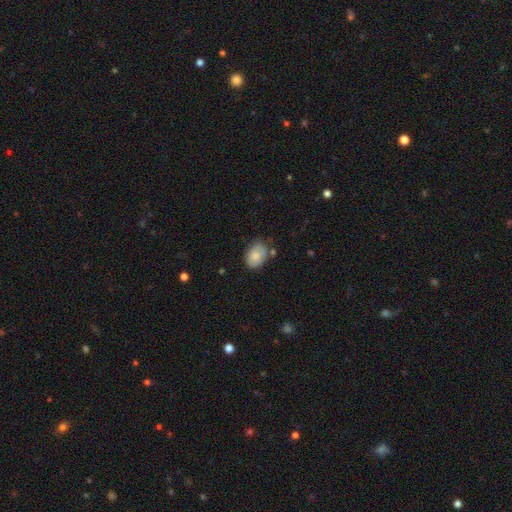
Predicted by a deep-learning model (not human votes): A smooth galaxy with no disk features (80%) that is in between round and cigar-shaped (77%).

Vote fractions:
- Smooth or featured? smooth: 80% / featured or disk: 13% / star or artifact: 7%
- How rounded? in between: 77% / round: 22% / cigar-shaped: 1%
- Merging? none: 67% / minor disturbance: 23% / merger: 6% / major disturbance: 5%